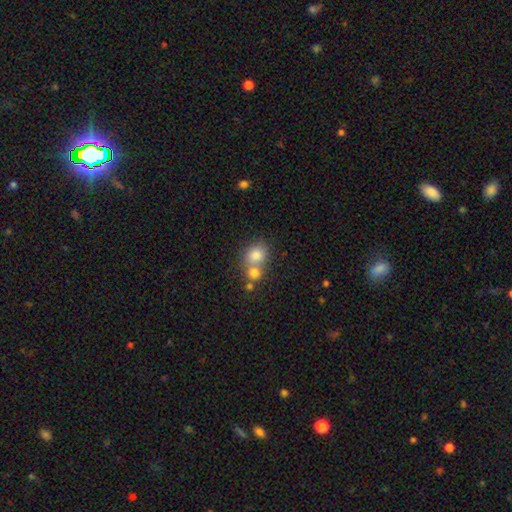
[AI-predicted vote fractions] Smooth or featured?
  - smooth: 78% *
  - featured or disk: 11%
  - star or artifact: 11%
How rounded?
  - round: 71% *
  - in between: 28%
  - cigar-shaped: 1%
Merging?
  - merger: 49% *
  - none: 40%
  - minor disturbance: 8%
  - major disturbance: 3%